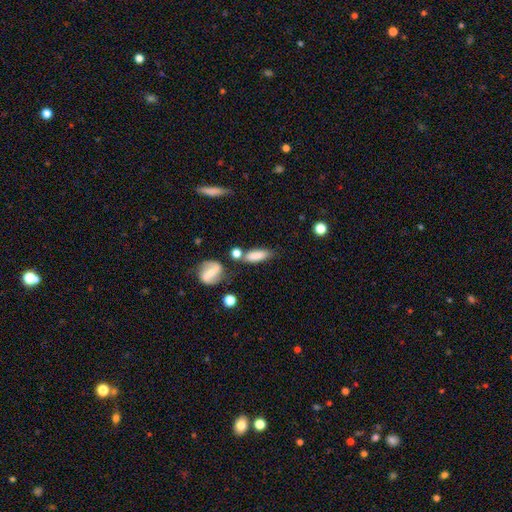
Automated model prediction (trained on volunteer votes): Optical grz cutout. It shows a smooth galaxy with no disk features (76%) that is in between round and cigar-shaped (61%). Merging: none (62%).